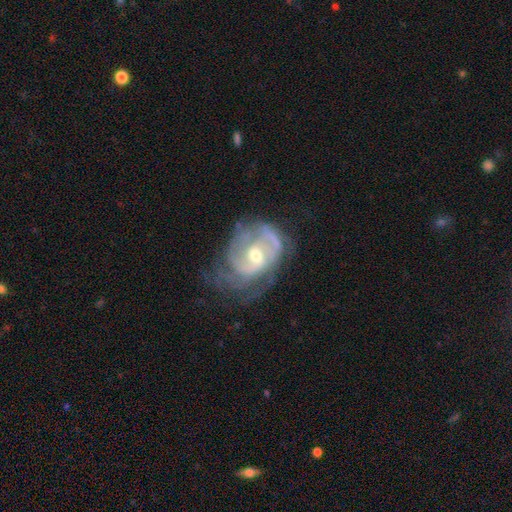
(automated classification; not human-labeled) Q: Smooth or featured?
A: featured or disk (84%); runner-up: smooth (10%)
Q: Edge-on disk?
A: no (97%); runner-up: yes (3%)
Q: Bar?
A: no (53%); runner-up: weak (38%)
Q: Spiral arms?
A: yes (91%); runner-up: no (9%)
Q: Spiral winding?
A: tight (51%); runner-up: medium (37%)
Q: Spiral arm count?
A: 2 (35%); runner-up: can't tell (34%)
Q: Bulge size?
A: moderate (54%); runner-up: small (42%)
Q: Merging?
A: none (50%); runner-up: minor disturbance (27%)